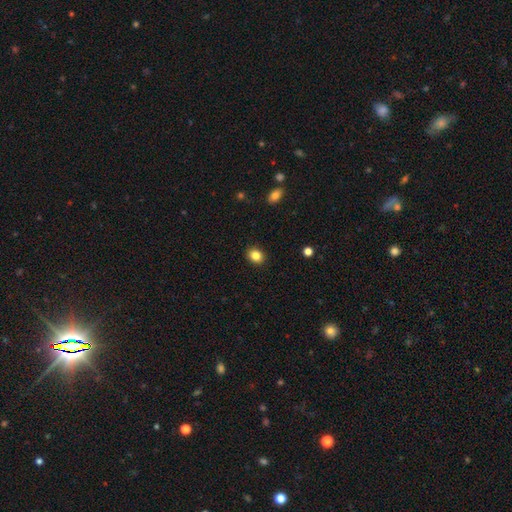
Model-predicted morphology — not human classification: A smooth galaxy with no disk features (85%) that is round (54%). Merging: none (91%).